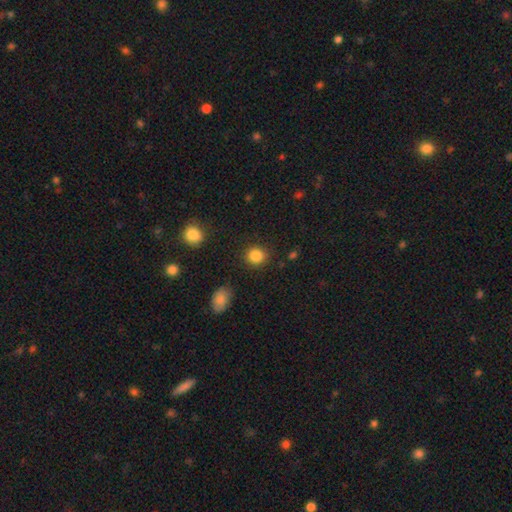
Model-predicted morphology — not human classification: The model was most divided on "how rounded": round: 84%, in between: 15%, cigar-shaped: 1%. More confident: merging — none (88%); smooth or featured — smooth (86%).